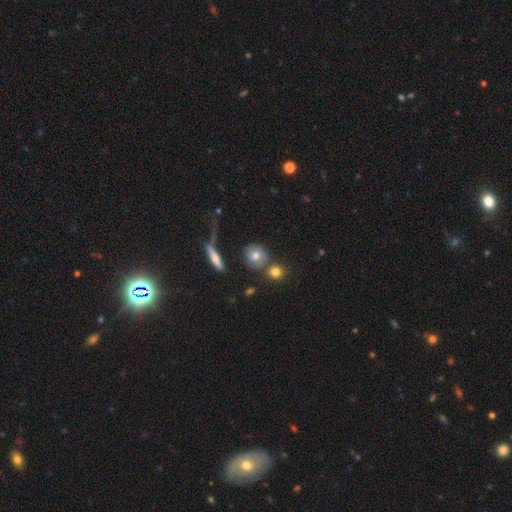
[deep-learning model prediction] Smooth or featured?
  - smooth: 72% *
  - featured or disk: 17%
  - star or artifact: 11%
How rounded?
  - round: 79% *
  - in between: 18%
  - cigar-shaped: 3%
Merging?
  - none: 66% *
  - merger: 18%
  - minor disturbance: 12%
  - major disturbance: 5%